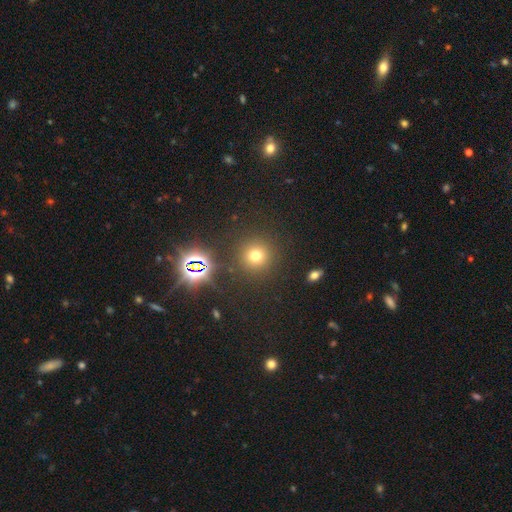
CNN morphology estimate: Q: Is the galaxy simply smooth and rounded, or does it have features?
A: smooth — 68%.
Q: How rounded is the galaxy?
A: round — 94%.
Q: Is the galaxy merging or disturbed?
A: none — 89%.